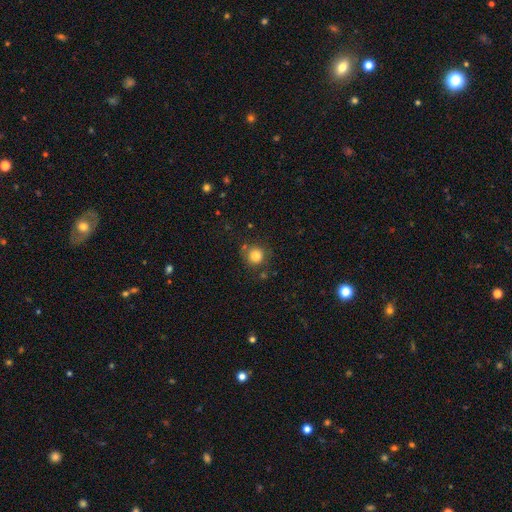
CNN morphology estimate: Smooth or featured?
  - smooth: 82% *
  - star or artifact: 11%
  - featured or disk: 6%
How rounded?
  - round: 93% *
  - in between: 6%
  - cigar-shaped: 1%
Merging?
  - none: 79% *
  - minor disturbance: 12%
  - merger: 6%
  - major disturbance: 4%